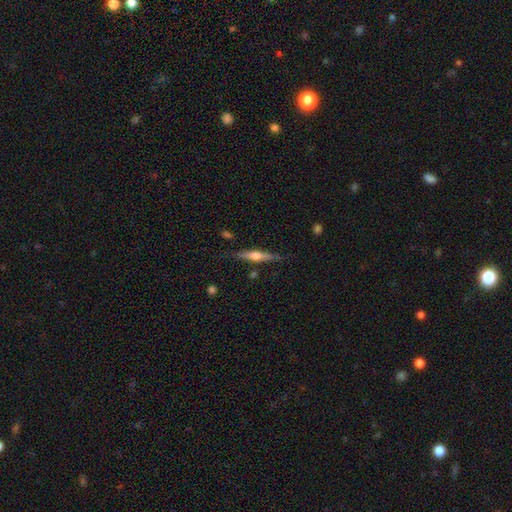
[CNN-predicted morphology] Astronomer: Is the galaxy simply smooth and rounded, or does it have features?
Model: featured or disk — 67%.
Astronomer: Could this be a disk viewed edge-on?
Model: yes — 97%.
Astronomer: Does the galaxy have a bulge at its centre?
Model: rounded — 90%.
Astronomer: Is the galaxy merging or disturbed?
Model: none — 83%.